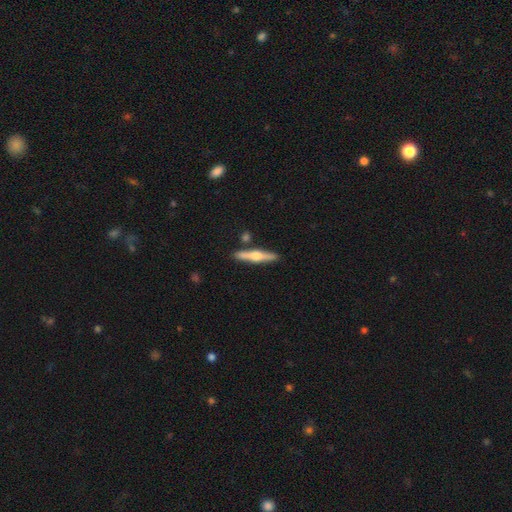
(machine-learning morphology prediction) The model was most divided on "smooth or featured": featured or disk: 60%, smooth: 35%, star or artifact: 5%. More confident: edge-on disk — yes (96%); edge-on bulge — rounded (91%); merging — none (85%).